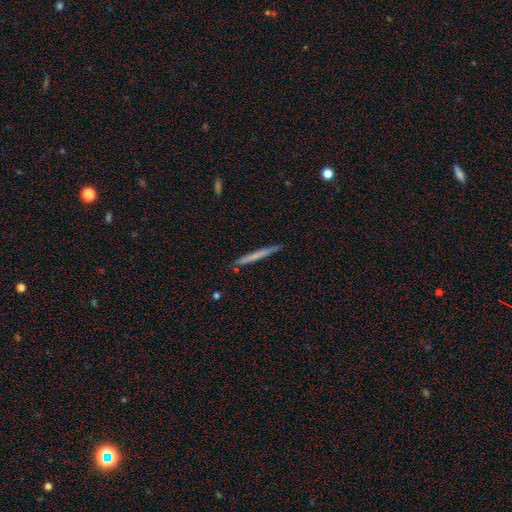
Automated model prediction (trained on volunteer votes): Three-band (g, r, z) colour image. It shows a smooth galaxy with no disk features (60%) that is cigar-shaped (97%). Merging: none (89%).